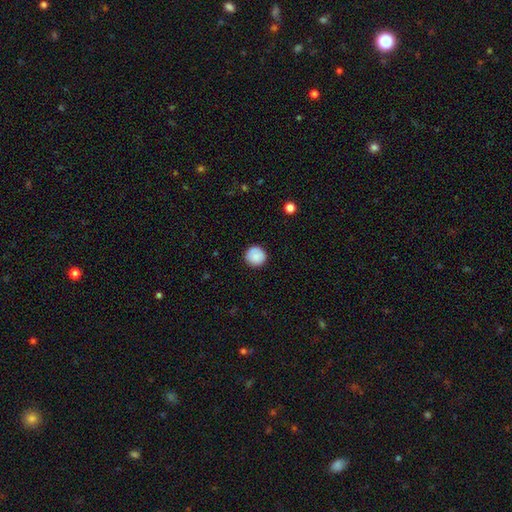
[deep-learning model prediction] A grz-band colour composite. It shows a smooth galaxy with no disk features (85%) that is round (95%). Merging: none (89%).